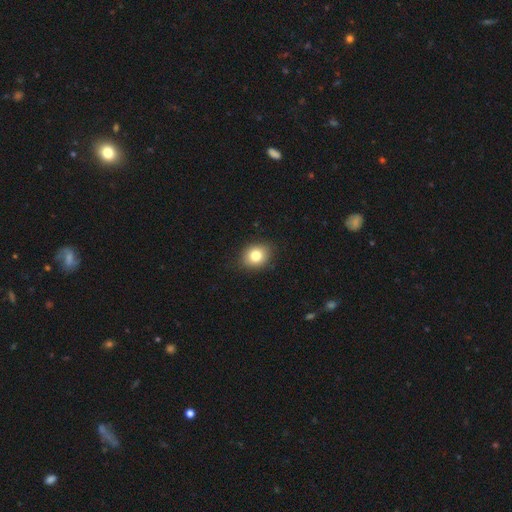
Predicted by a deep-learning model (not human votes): A smooth galaxy with no disk features (81%) that is round (55%).

Vote fractions:
- Smooth or featured? smooth: 81% / star or artifact: 10% / featured or disk: 9%
- How rounded? round: 55% / in between: 44% / cigar-shaped: 1%
- Merging? none: 86% / minor disturbance: 11% / major disturbance: 2% / merger: 1%